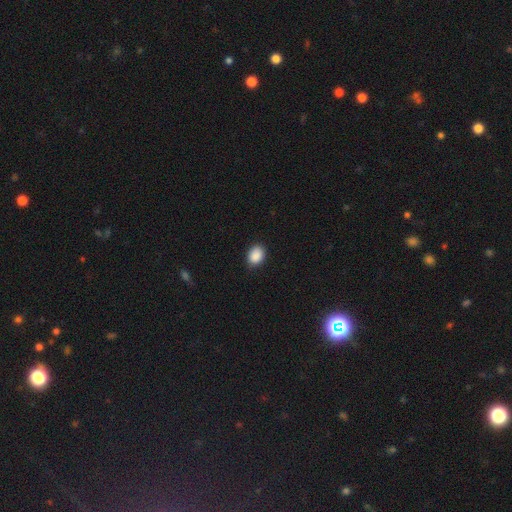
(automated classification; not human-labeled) This appears to be a smooth galaxy with no disk features (89%) that is in between round and cigar-shaped (66%). Merging: none (86%).